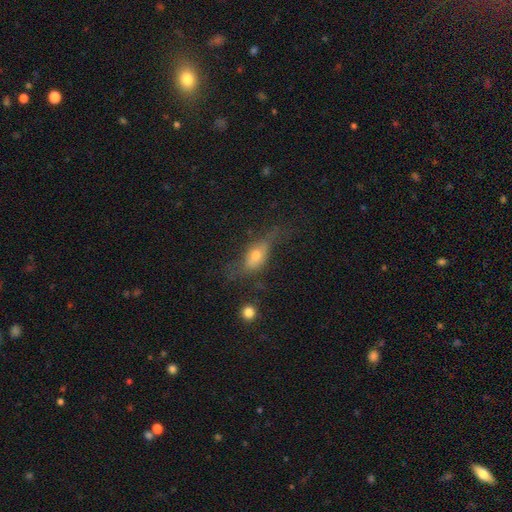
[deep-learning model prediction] Smooth or featured: smooth — 52% (featured or disk — 36%)
How rounded: in between — 70% (cigar-shaped — 19%)
Merging: none — 42% (major disturbance — 28%)